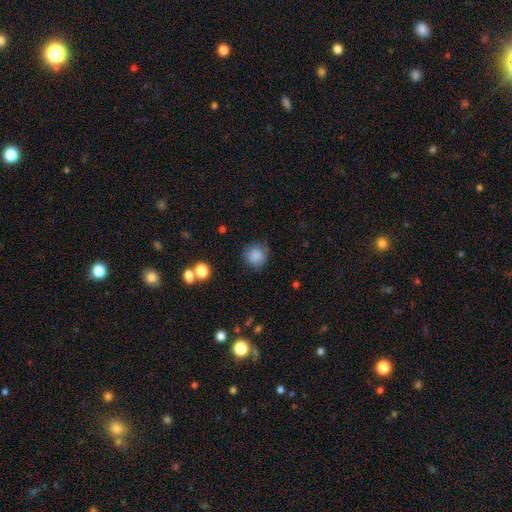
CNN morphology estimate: This appears to be a smooth galaxy with no disk features (85%) that is round (90%). Merging: none (78%).